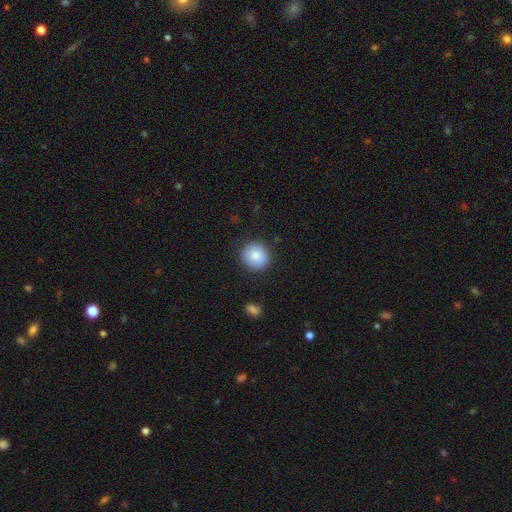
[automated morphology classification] Smooth or featured? smooth (84%)
How rounded? round (92%)
Merging? none (88%)